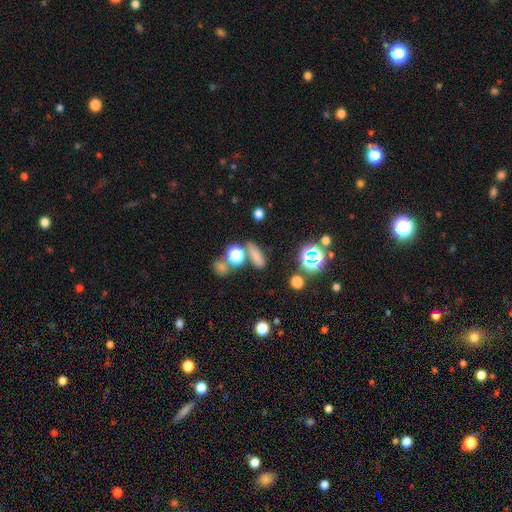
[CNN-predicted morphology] smooth_or_featured: smooth (p=0.72) [alt: star or artifact p=0.20]
how_rounded: in between (p=0.44) [alt: cigar-shaped p=0.42]
merging: none (p=0.71) [alt: minor disturbance p=0.12]